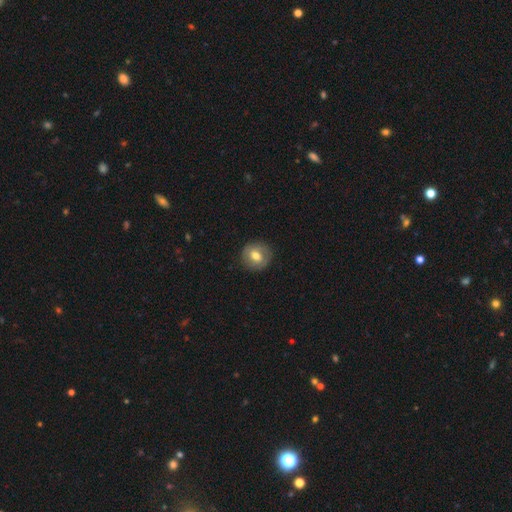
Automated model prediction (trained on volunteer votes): Smooth or featured? smooth (60%)
How rounded? round (86%)
Merging? none (85%)